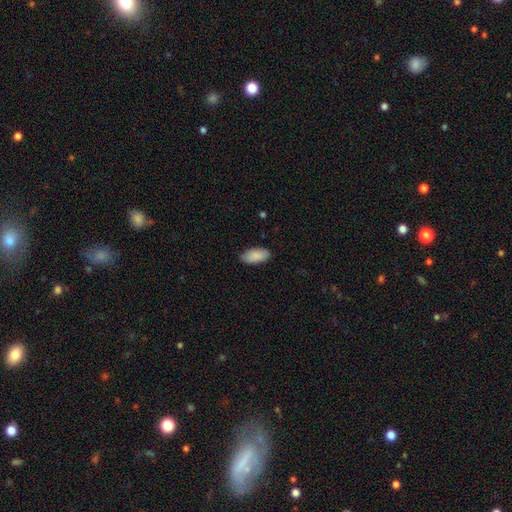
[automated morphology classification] A smooth galaxy with no disk features (89%) that is in between round and cigar-shaped (93%).

Vote fractions:
- Smooth or featured? smooth: 89% / star or artifact: 6% / featured or disk: 5%
- How rounded? in between: 93% / cigar-shaped: 5% / round: 2%
- Merging? none: 85% / minor disturbance: 12% / major disturbance: 2% / merger: 1%